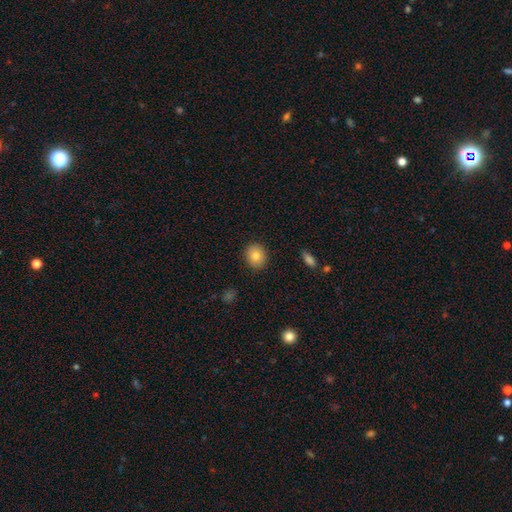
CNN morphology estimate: smooth_or_featured: smooth (p=0.82) [alt: featured or disk p=0.09]
how_rounded: round (p=0.71) [alt: in between p=0.28]
merging: none (p=0.89) [alt: minor disturbance p=0.08]